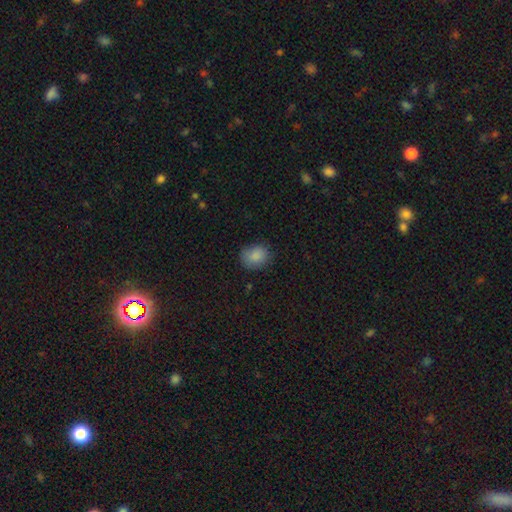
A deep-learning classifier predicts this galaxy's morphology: type=smooth (86%); roundness=round (58%); merging=none (75%).